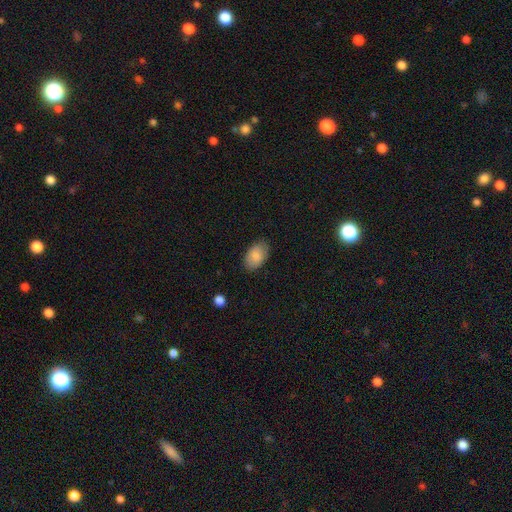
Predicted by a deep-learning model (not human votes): smooth-or-featured: smooth: 85% | featured or disk: 9% | star or artifact: 7%
  how-rounded: in between: 93% | round: 6% | cigar-shaped: 1%
  merging: none: 84% | minor disturbance: 13% | major disturbance: 3% | merger: 1%